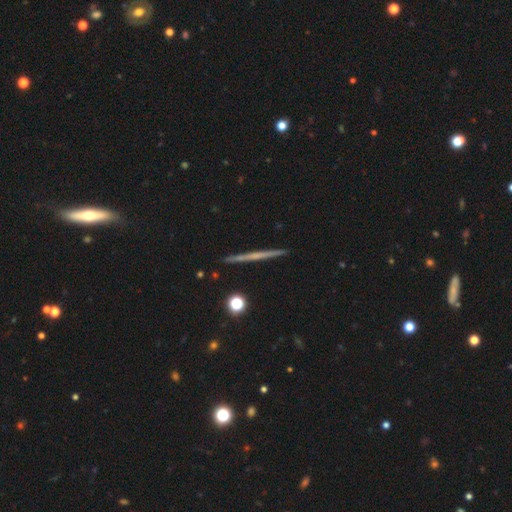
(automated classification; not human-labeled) A featured or disk galaxy (66%) viewed edge-on (98%) with no central bulge (76%). Merging: none (93%).